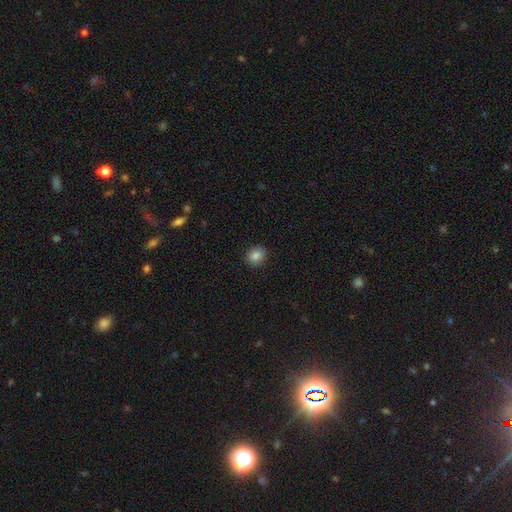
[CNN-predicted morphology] Smooth or featured?
  - smooth: 84% *
  - star or artifact: 10%
  - featured or disk: 5%
How rounded?
  - round: 73% *
  - in between: 26%
  - cigar-shaped: 1%
Merging?
  - none: 90% *
  - minor disturbance: 7%
  - major disturbance: 2%
  - merger: 1%